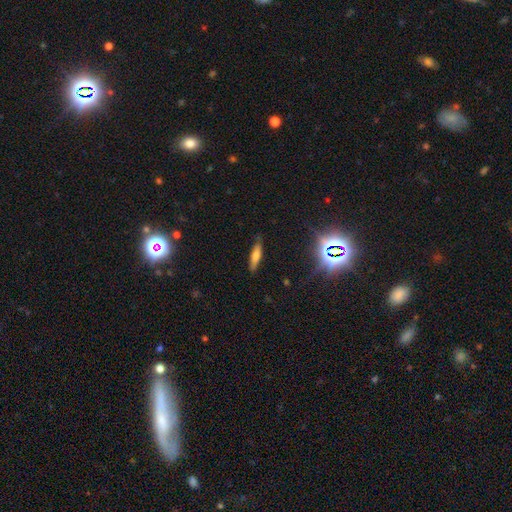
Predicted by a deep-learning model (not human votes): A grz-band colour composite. It shows a smooth galaxy with no disk features (62%) that is cigar-shaped (70%). Merging: none (83%).